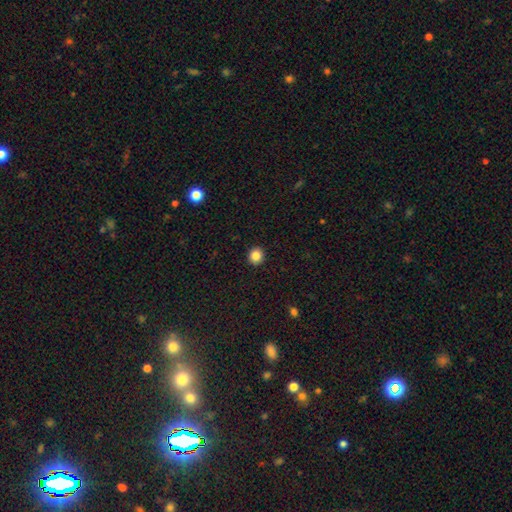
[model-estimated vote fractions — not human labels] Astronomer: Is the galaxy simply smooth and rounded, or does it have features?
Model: smooth — 86%.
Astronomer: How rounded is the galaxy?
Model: round — 90%.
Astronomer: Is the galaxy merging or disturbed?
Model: none — 93%.